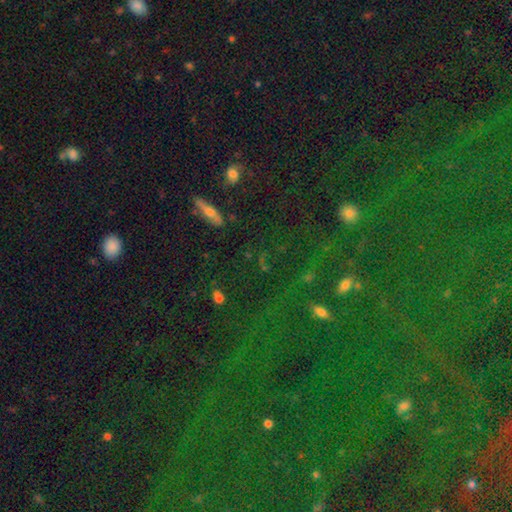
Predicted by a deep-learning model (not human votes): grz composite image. It shows a star or artifact, not a galaxy (62%).